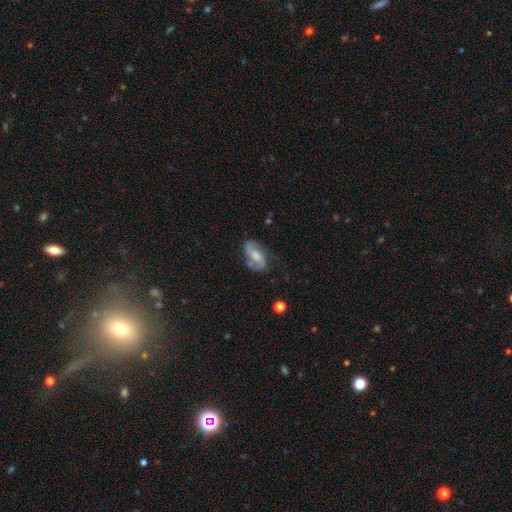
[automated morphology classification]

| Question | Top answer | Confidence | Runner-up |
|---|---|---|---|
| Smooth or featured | featured or disk | 78% | smooth (16%) |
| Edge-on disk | no | 96% | yes (4%) |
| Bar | no | 45% | weak (42%) |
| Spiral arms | yes | 95% | no (5%) |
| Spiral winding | medium | 48% | loose (33%) |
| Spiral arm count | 2 | 89% | can't tell (4%) |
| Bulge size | moderate | 48% | small (32%) |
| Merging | none | 70% | minor disturbance (19%) |